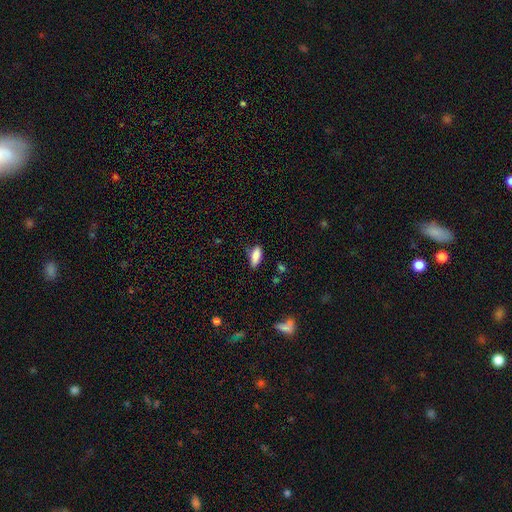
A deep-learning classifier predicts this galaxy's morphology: Smooth or featured?
  - smooth: 86% *
  - star or artifact: 7%
  - featured or disk: 7%
How rounded?
  - in between: 79% *
  - cigar-shaped: 18%
  - round: 2%
Merging?
  - none: 70% *
  - minor disturbance: 23%
  - major disturbance: 4%
  - merger: 2%